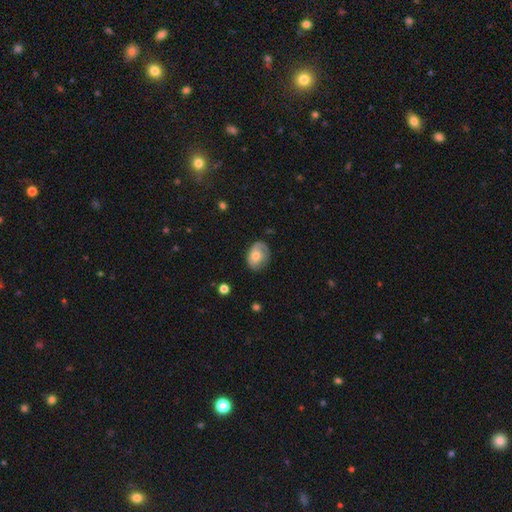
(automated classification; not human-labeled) smooth_or_featured: smooth (p=0.48) [alt: featured or disk p=0.45]
merging: none (p=0.58) [alt: minor disturbance p=0.27]